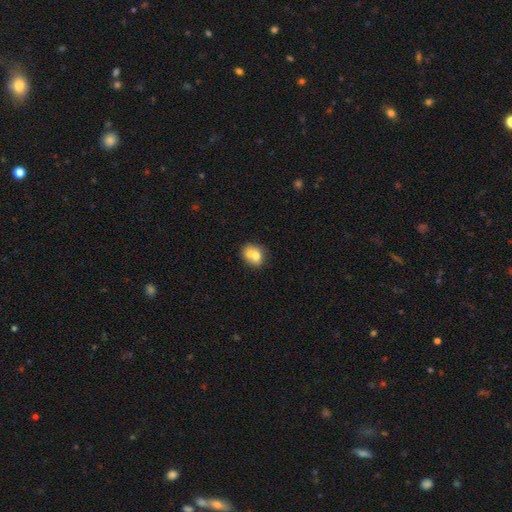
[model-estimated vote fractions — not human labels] This is likely a smooth galaxy (67%). How rounded: possibly round (58%). Merging: possibly merger (59%).